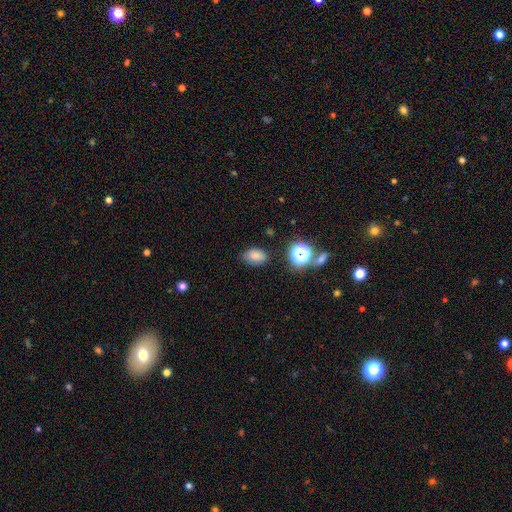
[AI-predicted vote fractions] Morphology: type=smooth (77%); roundness=in between (82%); merging=none (75%).